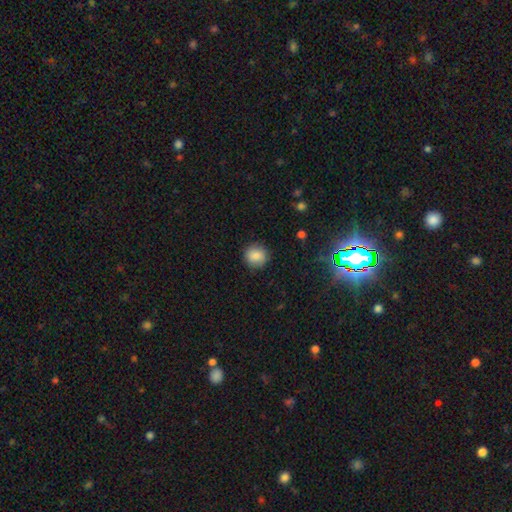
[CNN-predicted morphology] smooth-or-featured: smooth: 85% | star or artifact: 9% | featured or disk: 6%
  how-rounded: round: 91% | in between: 8% | cigar-shaped: 1%
  merging: none: 88% | minor disturbance: 9% | major disturbance: 2% | merger: 1%